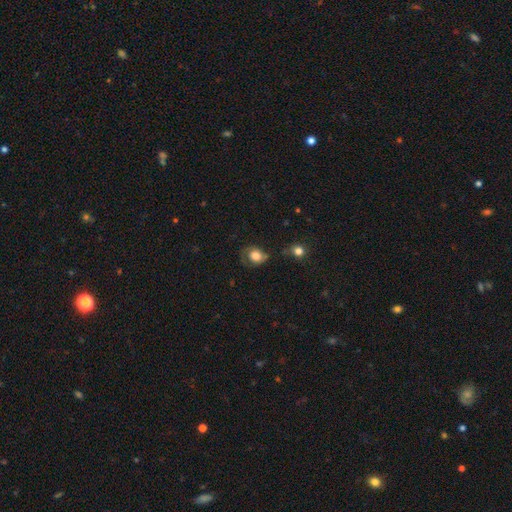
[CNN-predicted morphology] A smooth galaxy with no disk features (65%) that is round (59%). Merging: none (45%).